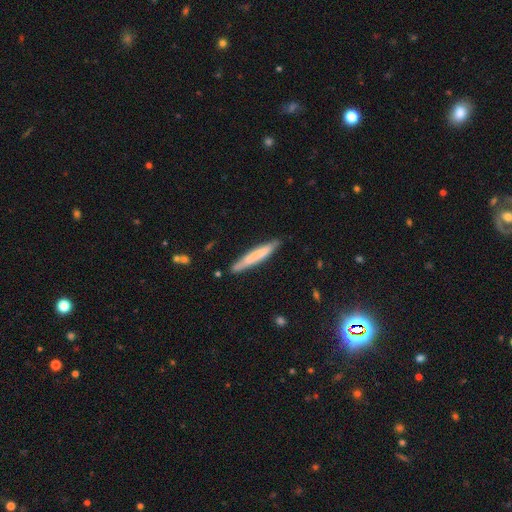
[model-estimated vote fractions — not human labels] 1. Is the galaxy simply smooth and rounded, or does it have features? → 65% smooth, 29% featured or disk, 6% star or artifact.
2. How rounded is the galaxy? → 95% cigar-shaped, 4% in between, 1% round.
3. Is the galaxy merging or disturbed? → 84% none, 12% minor disturbance, 2% major disturbance, 2% merger.